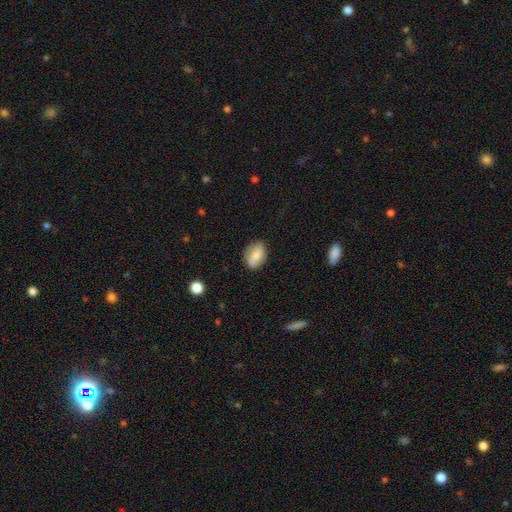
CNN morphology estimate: A smooth galaxy with no disk features (68%) that is in between round and cigar-shaped (80%).

Vote fractions:
- Smooth or featured? smooth: 68% / featured or disk: 24% / star or artifact: 8%
- How rounded? in between: 80% / round: 18% / cigar-shaped: 2%
- Merging? none: 79% / minor disturbance: 16% / major disturbance: 4% / merger: 1%